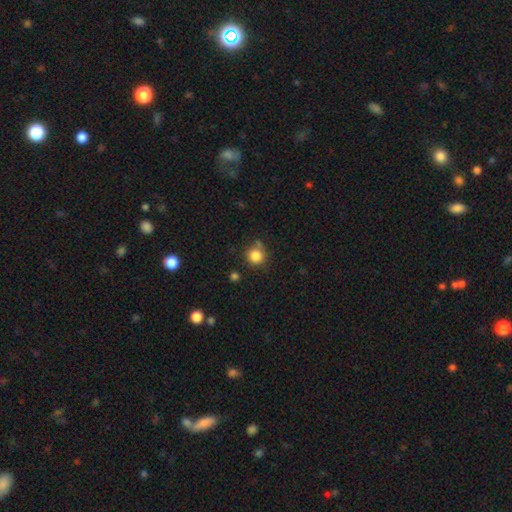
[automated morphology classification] The model was most divided on "merging": none: 76%, minor disturbance: 12%, merger: 8%, major disturbance: 4%. More confident: how rounded — round (93%); smooth or featured — smooth (84%).